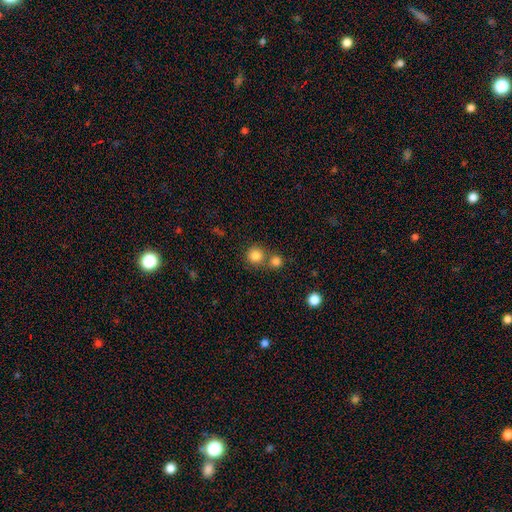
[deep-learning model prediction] A smooth galaxy with no disk features (83%) that is round (91%).

Vote fractions:
- Smooth or featured? smooth: 83% / star or artifact: 11% / featured or disk: 6%
- How rounded? round: 91% / in between: 8% / cigar-shaped: 1%
- Merging? none: 62% / merger: 29% / minor disturbance: 7% / major disturbance: 3%